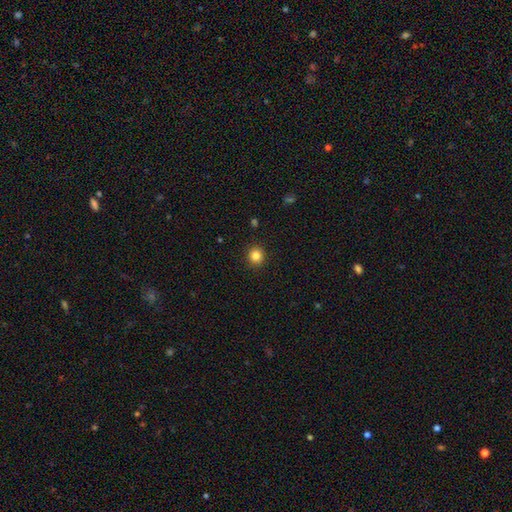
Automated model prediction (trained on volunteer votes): smooth_or_featured: smooth (p=0.84) [alt: star or artifact p=0.11]
how_rounded: round (p=0.88) [alt: in between p=0.11]
merging: none (p=0.91) [alt: minor disturbance p=0.06]